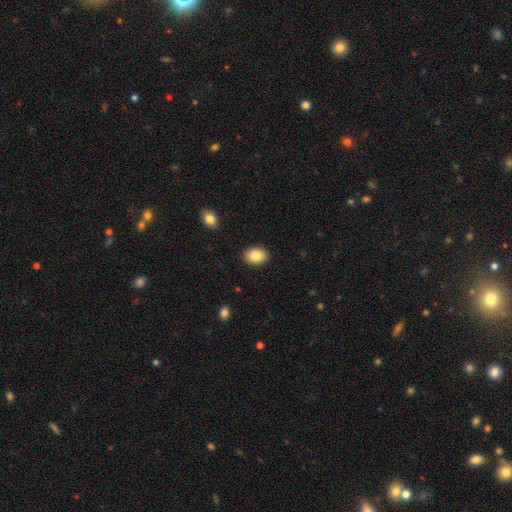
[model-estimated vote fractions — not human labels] Smooth or featured? Predicted: smooth (p=0.84). How rounded? Predicted: in between (p=0.69). Merging? Predicted: none (p=0.90).